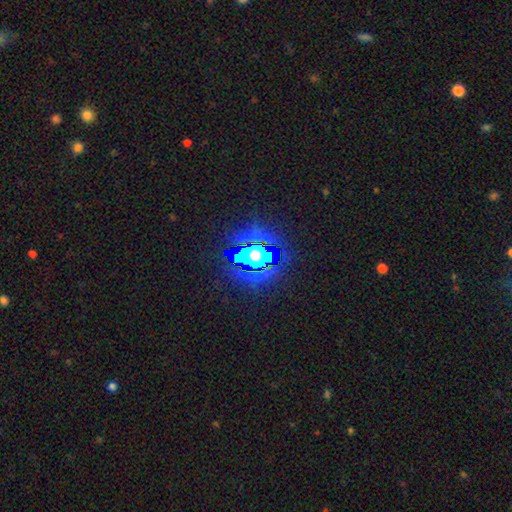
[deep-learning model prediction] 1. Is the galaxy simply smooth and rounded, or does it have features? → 60% star or artifact, 26% smooth, 14% featured or disk.